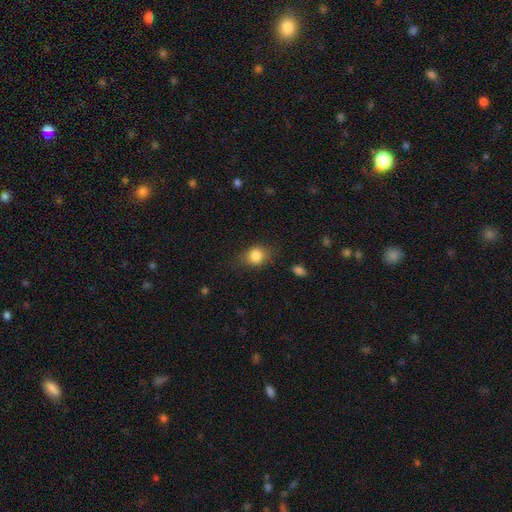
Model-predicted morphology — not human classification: A smooth galaxy with no disk features (84%) that is round (58%). Merging: none (73%).